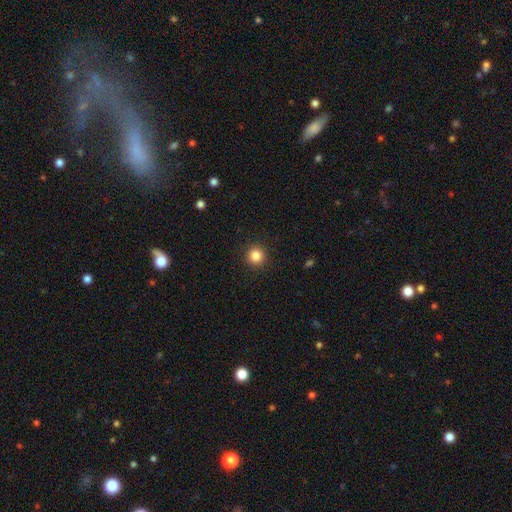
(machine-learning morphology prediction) The model was most divided on "smooth or featured": smooth: 85%, star or artifact: 11%, featured or disk: 4%. More confident: how rounded — round (95%); merging — none (92%).